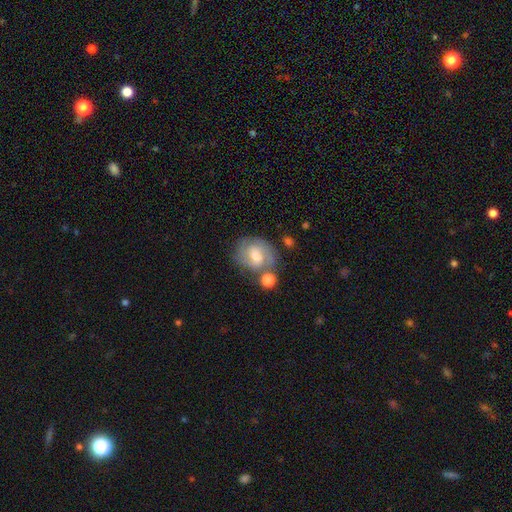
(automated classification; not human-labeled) The model was most divided on "smooth or featured": featured or disk: 55%, smooth: 37%, star or artifact: 8%. More confident: edge-on disk — no (97%); spiral arms — yes (82%); bar — weak (55%); merging — none (53%); bulge size — moderate (52%).